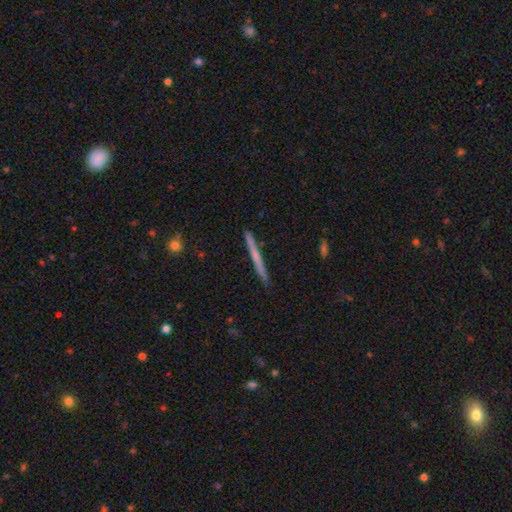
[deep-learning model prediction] Smooth or featured? Predicted: smooth (p=0.49). Merging? Predicted: none (p=0.92).